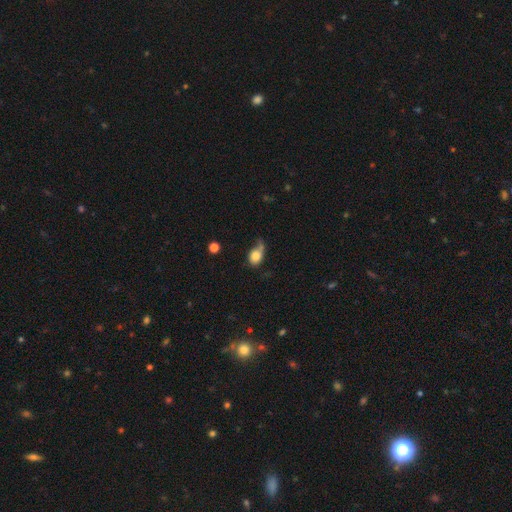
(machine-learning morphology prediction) smooth_or_featured: smooth (p=0.75) [alt: featured or disk p=0.16]
how_rounded: in between (p=0.58) [alt: round p=0.40]
merging: minor disturbance (p=0.31) [alt: none p=0.30]